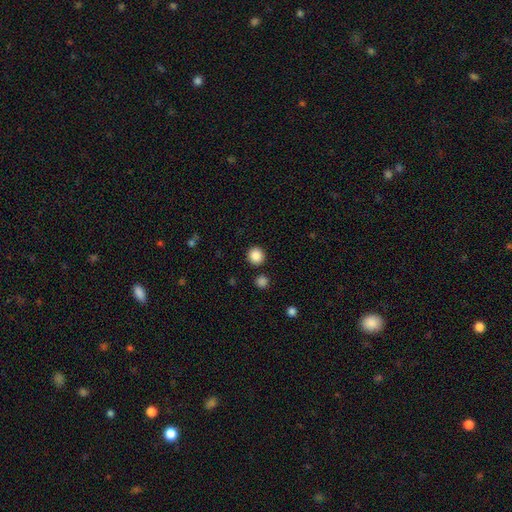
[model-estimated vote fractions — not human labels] The model was most divided on "smooth or featured": smooth: 87%, star or artifact: 10%, featured or disk: 3%. More confident: how rounded — round (93%); merging — none (90%).